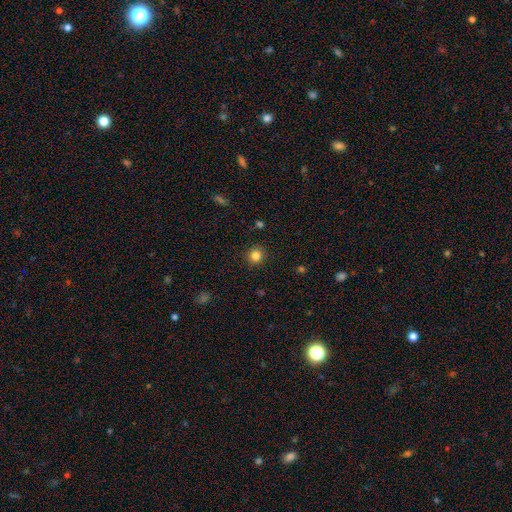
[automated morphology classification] smooth-or-featured: smooth: 83% | star or artifact: 12% | featured or disk: 5%
  how-rounded: round: 93% | in between: 6% | cigar-shaped: 1%
  merging: none: 91% | minor disturbance: 6% | major disturbance: 2% | merger: 1%